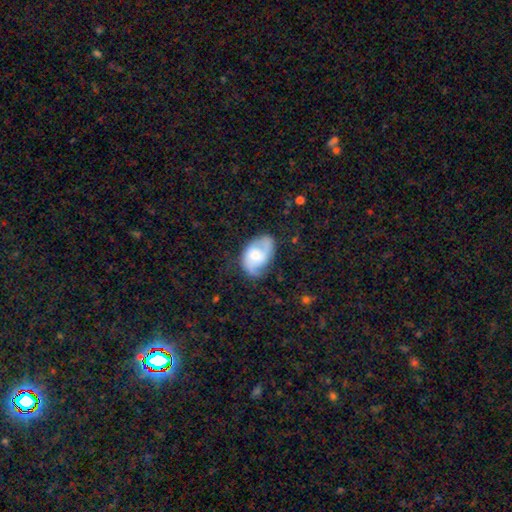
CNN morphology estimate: Smooth or featured: featured or disk — 64% (smooth — 30%)
Edge-on disk: no — 96% (yes — 4%)
Bar: no — 60% (weak — 33%)
Spiral arms: yes — 88% (no — 12%)
Spiral winding: medium — 45% (loose — 30%)
Spiral arm count: 2 — 75% (can't tell — 13%)
Bulge size: moderate — 49% (small — 31%)
Merging: none — 61% (minor disturbance — 25%)